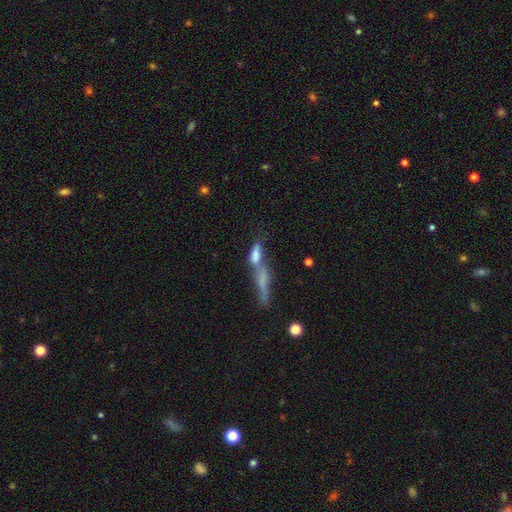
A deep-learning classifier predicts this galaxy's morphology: smooth-or-featured: smooth: 61% | featured or disk: 28% | star or artifact: 11%
  how-rounded: cigar-shaped: 48% | in between: 47% | round: 5%
  merging: merger: 63% | none: 20% | minor disturbance: 8% | major disturbance: 8%